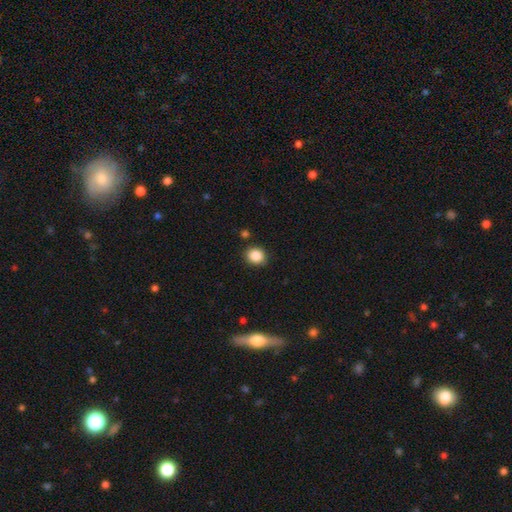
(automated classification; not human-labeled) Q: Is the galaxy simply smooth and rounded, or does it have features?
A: smooth — 87%.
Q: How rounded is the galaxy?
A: round — 74%.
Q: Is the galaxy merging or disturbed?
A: none — 87%.